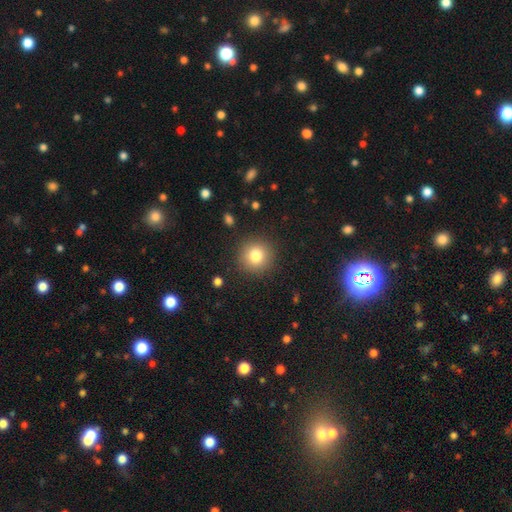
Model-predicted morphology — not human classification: Overall: smooth (81%). How rounded: round (93%). Merging: none (90%).